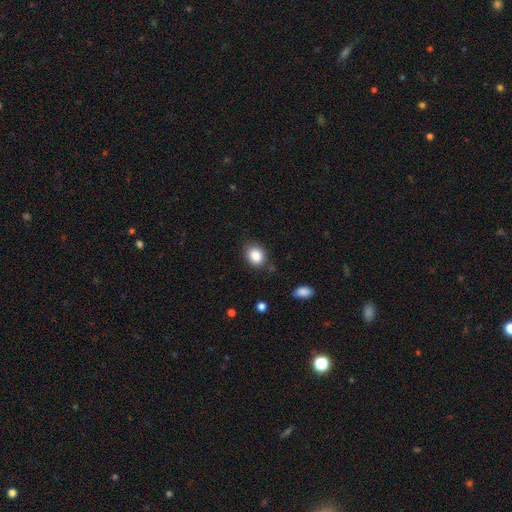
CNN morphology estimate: Smooth or featured?
  - smooth: 87% *
  - star or artifact: 9%
  - featured or disk: 4%
How rounded?
  - in between: 56% *
  - round: 43%
  - cigar-shaped: 1%
Merging?
  - none: 78% *
  - minor disturbance: 16%
  - major disturbance: 4%
  - merger: 3%